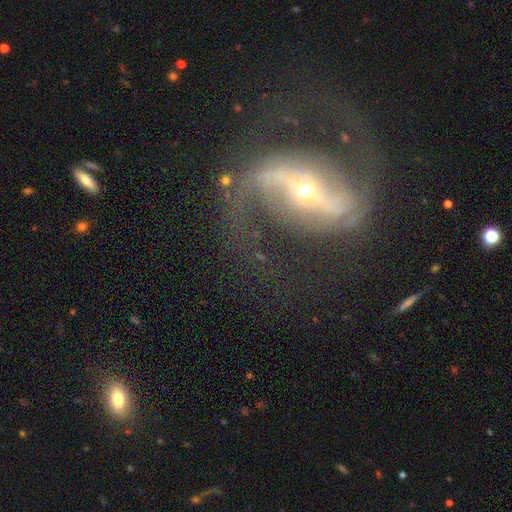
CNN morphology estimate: type=featured or disk (91%); edge-on=no (96%); bar=strong (63%); spiral arms=yes (97%); winding=medium (46%); arm count=2 (93%); bulge=small (60%); merging=none (74%).